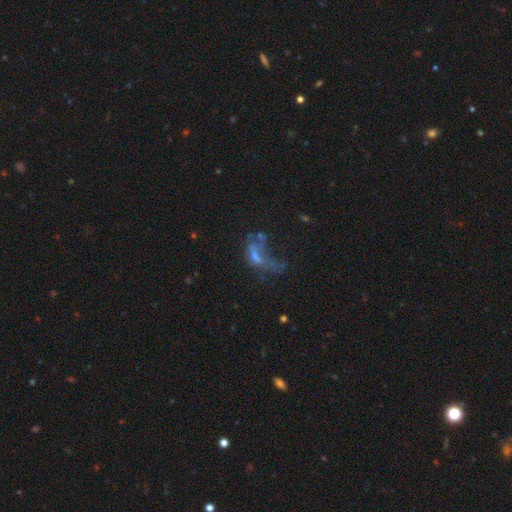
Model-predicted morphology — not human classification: This appears to be a featured or disk galaxy (48%). Merging: major disturbance (49%).